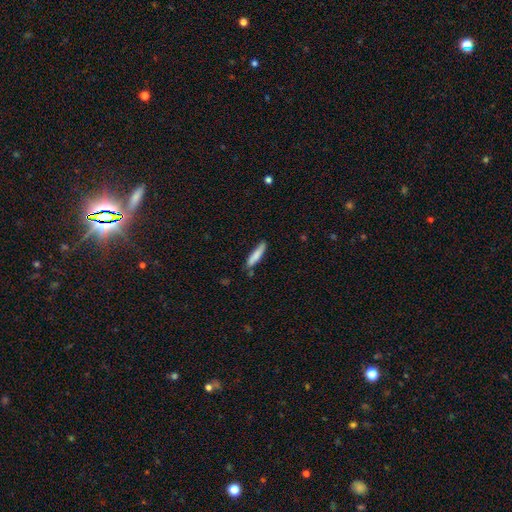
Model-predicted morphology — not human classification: A smooth galaxy with no disk features (79%) that is cigar-shaped (85%). Merging: none (72%).